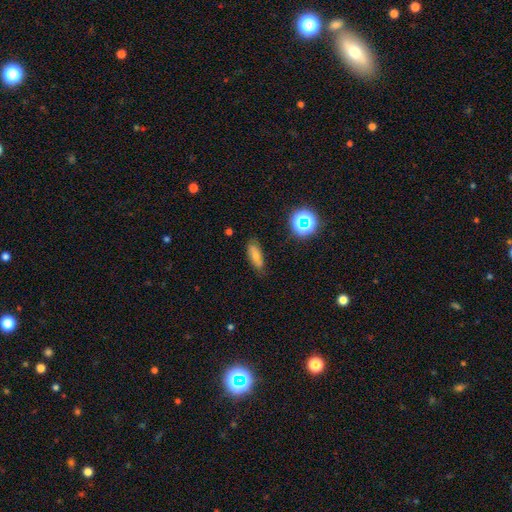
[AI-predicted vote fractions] Smooth or featured: smooth — 69% (featured or disk — 18%)
How rounded: in between — 63% (cigar-shaped — 31%)
Merging: none — 74% (minor disturbance — 19%)